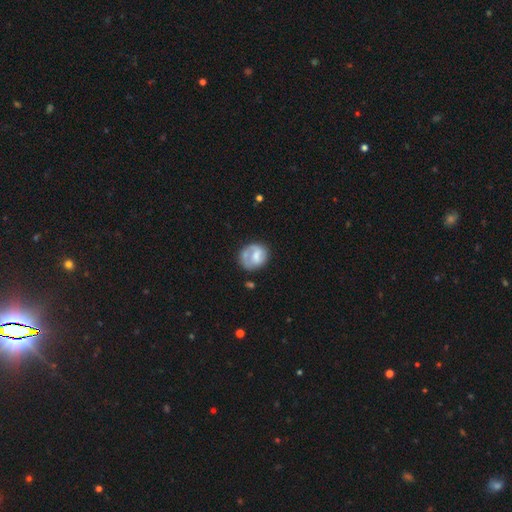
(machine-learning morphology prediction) This is possibly a smooth galaxy (49%). Merging: possibly none (55%).